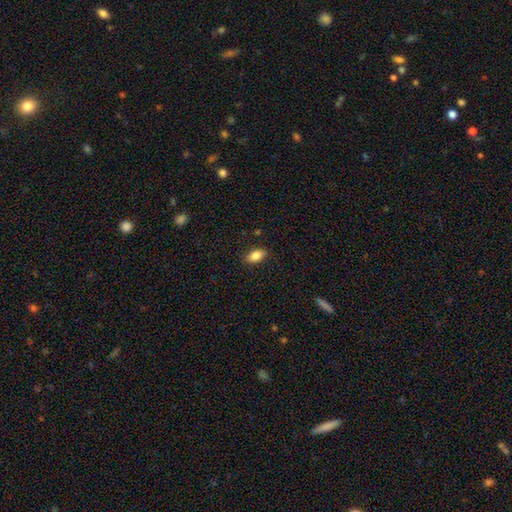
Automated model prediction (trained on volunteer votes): Q: Smooth or featured?
A: smooth (82%); runner-up: featured or disk (10%)
Q: How rounded?
A: in between (88%); runner-up: cigar-shaped (6%)
Q: Merging?
A: none (87%); runner-up: minor disturbance (10%)